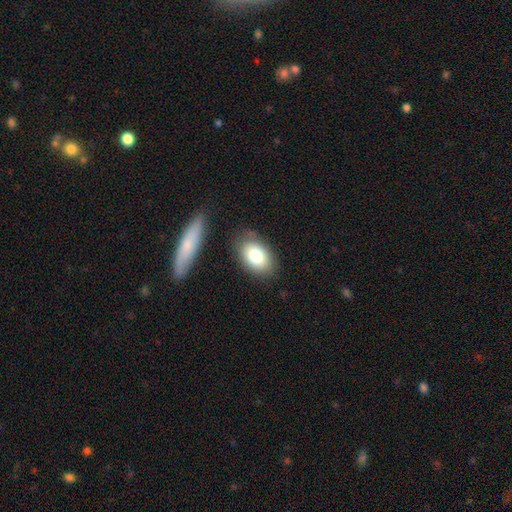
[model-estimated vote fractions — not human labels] This is clearly a smooth galaxy (80%). How rounded: clearly in between (86%). Merging: likely none (80%).